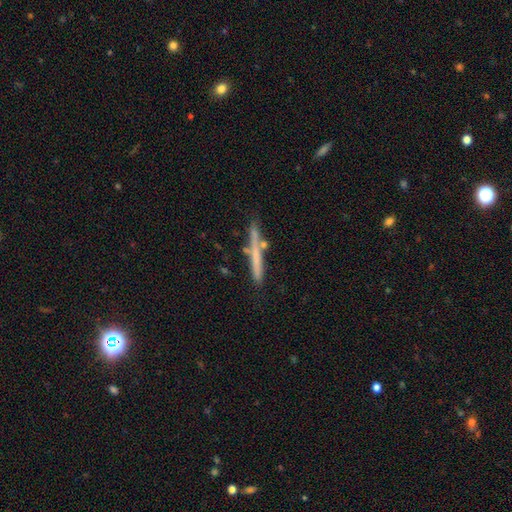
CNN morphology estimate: A smooth galaxy with no disk features (51%) that is cigar-shaped (96%). Merging: none (77%).